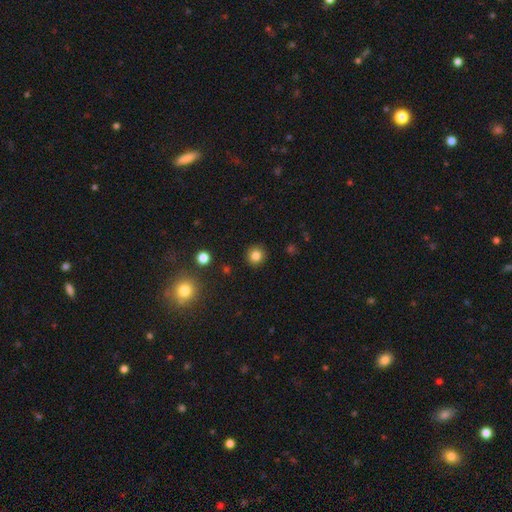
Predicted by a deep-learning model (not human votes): smooth_or_featured: smooth (p=0.83) [alt: star or artifact p=0.12]
how_rounded: round (p=0.93) [alt: in between p=0.06]
merging: none (p=0.91) [alt: minor disturbance p=0.06]